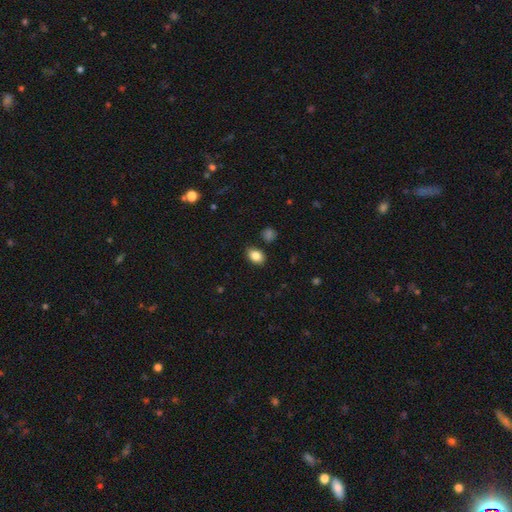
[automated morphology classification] smooth-or-featured: smooth: 86% | star or artifact: 9% | featured or disk: 6%
  how-rounded: in between: 74% | round: 25% | cigar-shaped: 1%
  merging: none: 83% | minor disturbance: 12% | merger: 3% | major disturbance: 3%